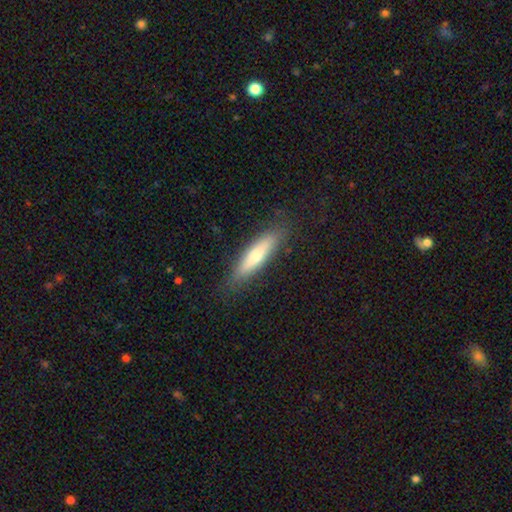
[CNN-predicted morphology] Overall: smooth (68%). How rounded: cigar-shaped (77%). Merging: none (85%).